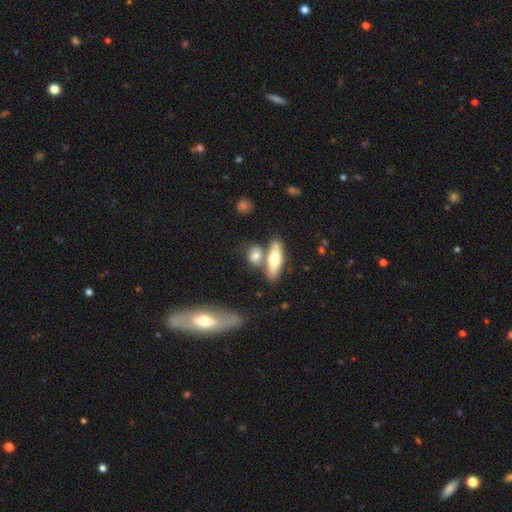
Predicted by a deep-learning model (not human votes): Smooth or featured? smooth (65%)
How rounded? in between (60%)
Merging? none (52%)